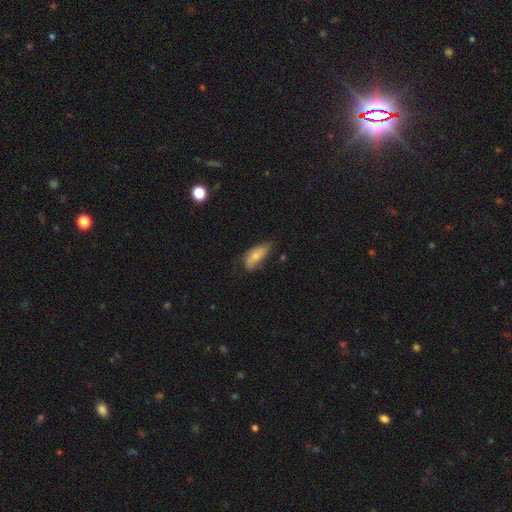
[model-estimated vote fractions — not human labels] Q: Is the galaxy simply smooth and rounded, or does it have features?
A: smooth — 64%.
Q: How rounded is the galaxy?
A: in between — 83%.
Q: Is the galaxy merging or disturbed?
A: none — 49%.